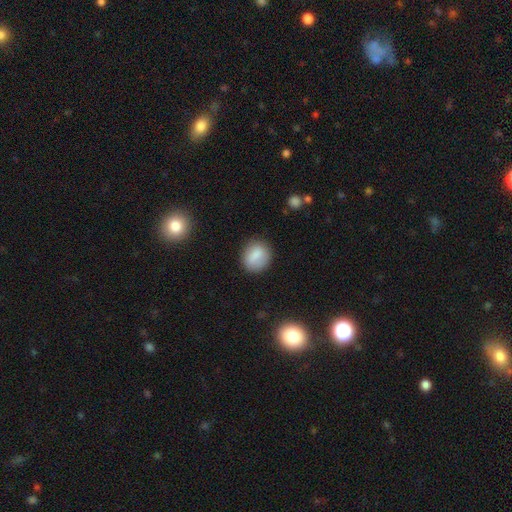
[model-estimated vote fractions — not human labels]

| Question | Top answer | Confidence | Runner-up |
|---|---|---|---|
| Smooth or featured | smooth | 82% | featured or disk (10%) |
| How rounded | round | 66% | in between (32%) |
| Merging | none | 82% | minor disturbance (13%) |